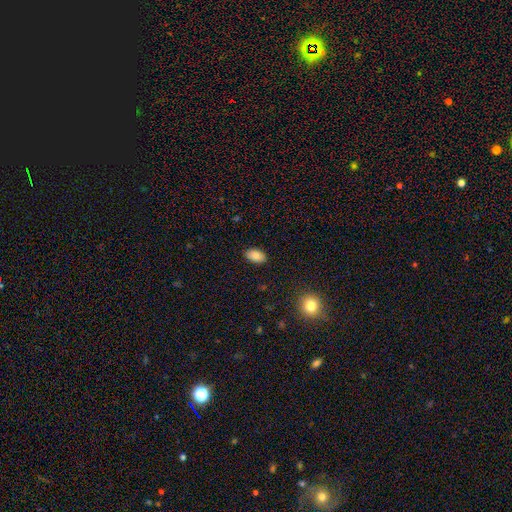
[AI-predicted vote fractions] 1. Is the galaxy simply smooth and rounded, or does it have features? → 85% smooth, 8% star or artifact, 7% featured or disk.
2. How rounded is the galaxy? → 93% in between, 6% round, 2% cigar-shaped.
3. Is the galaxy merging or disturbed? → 88% none, 9% minor disturbance, 2% major disturbance, 1% merger.